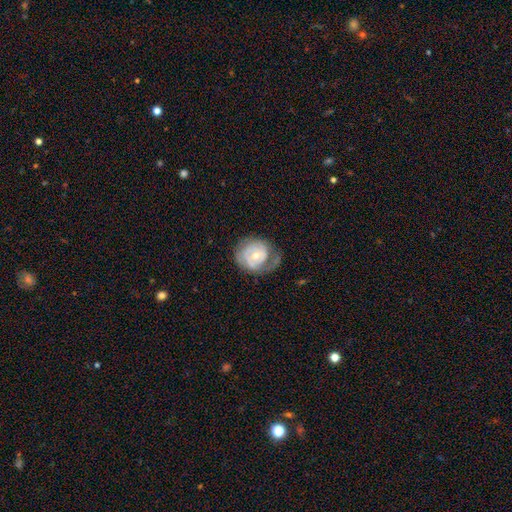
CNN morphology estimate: Q: Smooth or featured?
A: featured or disk (71%); runner-up: smooth (23%)
Q: Edge-on disk?
A: no (97%); runner-up: yes (3%)
Q: Bar?
A: no (68%); runner-up: weak (26%)
Q: Spiral arms?
A: yes (76%); runner-up: no (24%)
Q: Spiral winding?
A: tight (60%); runner-up: medium (28%)
Q: Spiral arm count?
A: 2 (40%); runner-up: can't tell (29%)
Q: Bulge size?
A: moderate (53%); runner-up: small (42%)
Q: Merging?
A: none (52%); runner-up: minor disturbance (26%)